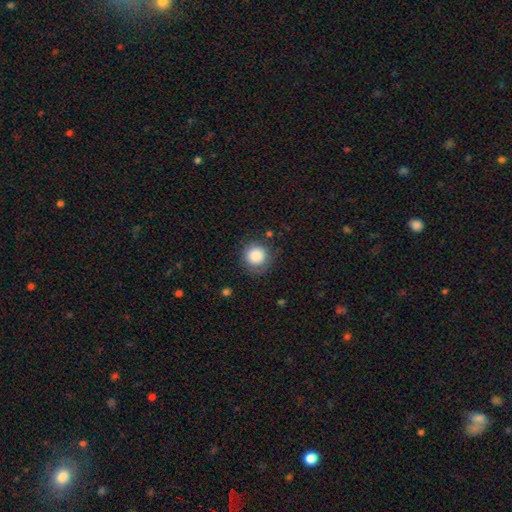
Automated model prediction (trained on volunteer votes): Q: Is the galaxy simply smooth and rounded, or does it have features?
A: smooth — 86%.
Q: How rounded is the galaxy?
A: round — 93%.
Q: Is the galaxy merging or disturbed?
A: none — 81%.